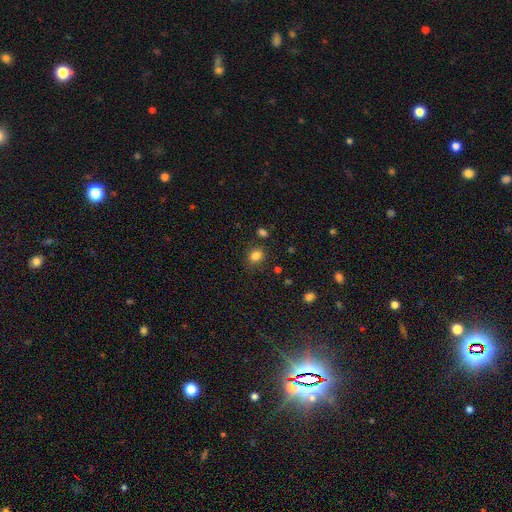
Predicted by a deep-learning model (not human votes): Smooth or featured?
  - smooth: 82% *
  - star or artifact: 13%
  - featured or disk: 5%
How rounded?
  - round: 56% *
  - in between: 43%
  - cigar-shaped: 1%
Merging?
  - none: 78% *
  - minor disturbance: 13%
  - merger: 4%
  - major disturbance: 4%